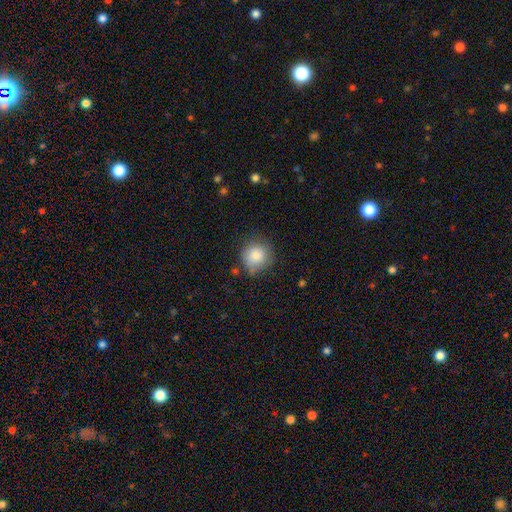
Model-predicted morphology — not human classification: smooth 85%, star or artifact 8%, featured or disk 7%. Down the decision tree: how rounded — round (90%); merging — none (68%).